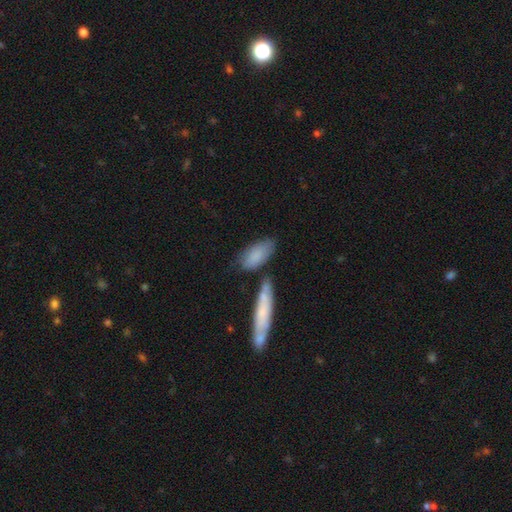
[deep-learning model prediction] The model was most divided on "merging": none: 57%, minor disturbance: 19%, merger: 18%, major disturbance: 6%. More confident: smooth or featured — smooth (81%); how rounded — in between (77%).